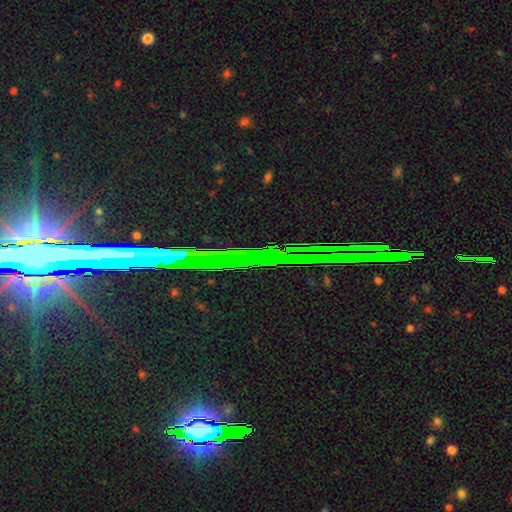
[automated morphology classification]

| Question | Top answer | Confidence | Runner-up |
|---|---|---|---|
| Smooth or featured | star or artifact | 83% | featured or disk (10%) |